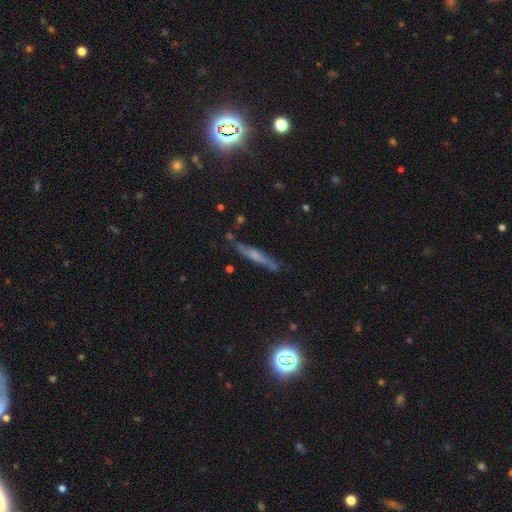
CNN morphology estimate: type=featured or disk (53%); edge-on=yes (85%); merging=none (75%).